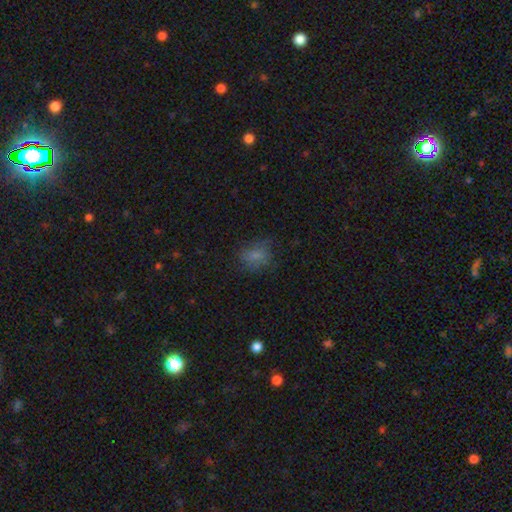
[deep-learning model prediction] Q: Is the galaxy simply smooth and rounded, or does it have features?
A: smooth — 72%.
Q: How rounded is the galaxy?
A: round — 52%.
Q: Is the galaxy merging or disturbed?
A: none — 65%.